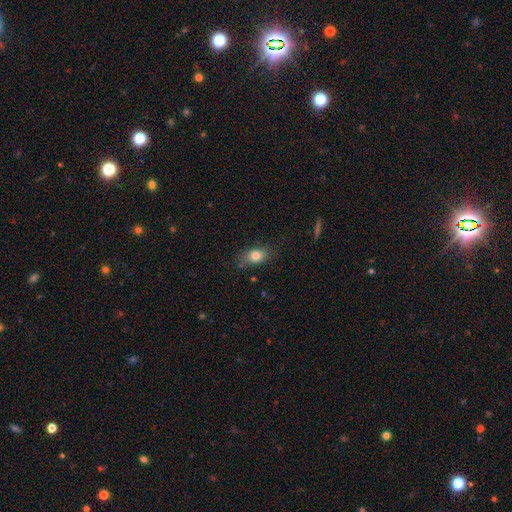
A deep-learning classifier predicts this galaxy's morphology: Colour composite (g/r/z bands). It shows a smooth galaxy with no disk features (81%) that is in between round and cigar-shaped (78%). Merging: none (76%).